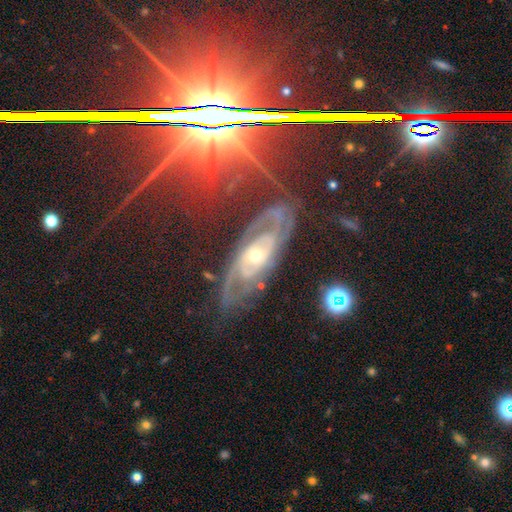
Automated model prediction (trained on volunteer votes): Smooth or featured?
  - featured or disk: 76% *
  - star or artifact: 17%
  - smooth: 6%
Edge-on disk?
  - no: 88% *
  - yes: 12%
Bar?
  - no: 63% *
  - weak: 26%
  - strong: 11%
Spiral arms?
  - yes: 94% *
  - no: 6%
Spiral winding?
  - tight: 65% *
  - medium: 28%
  - loose: 6%
Spiral arm count?
  - 2: 42% *
  - can't tell: 32%
  - 3: 12%
  - 4: 5%
  - 1: 4%
  - more than 4: 4%
Bulge size?
  - moderate: 48% * (tied)
  - small: 48% * (tied)
  - large: 2%
  - none: 1%
  - dominant: 1%
Merging?
  - none: 75% *
  - minor disturbance: 16%
  - major disturbance: 7%
  - merger: 2%